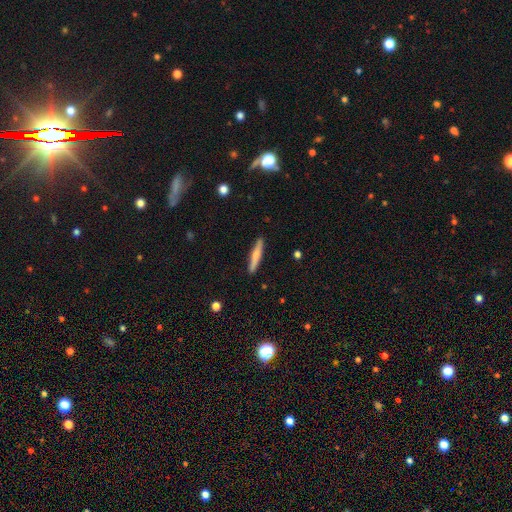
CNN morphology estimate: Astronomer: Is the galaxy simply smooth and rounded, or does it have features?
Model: smooth — 65%.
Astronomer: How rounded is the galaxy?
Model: cigar-shaped — 93%.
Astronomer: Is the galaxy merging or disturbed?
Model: none — 91%.